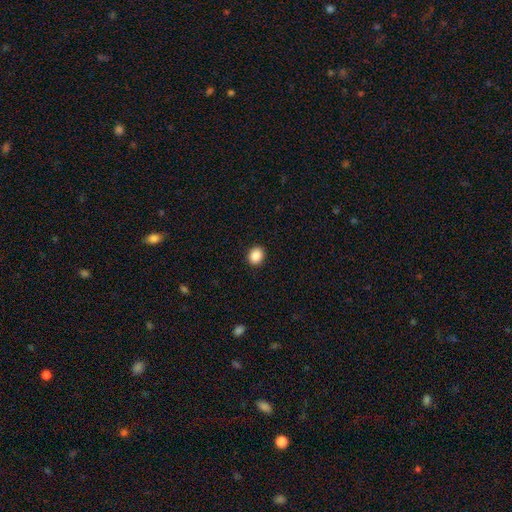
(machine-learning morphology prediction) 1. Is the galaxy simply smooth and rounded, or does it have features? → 89% smooth, 9% star or artifact, 2% featured or disk.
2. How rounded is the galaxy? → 66% round, 33% in between, 1% cigar-shaped.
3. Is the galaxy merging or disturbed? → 91% none, 6% minor disturbance, 2% major disturbance, 1% merger.